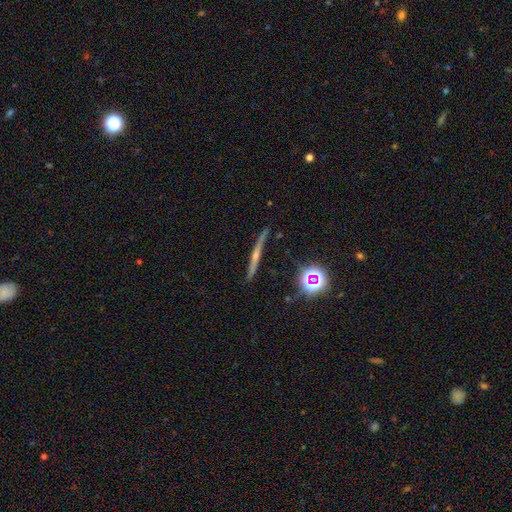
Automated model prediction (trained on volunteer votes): Morphology: type=featured or disk (67%); edge-on=yes (96%); edge-on bulge=rounded (69%); merging=none (86%).